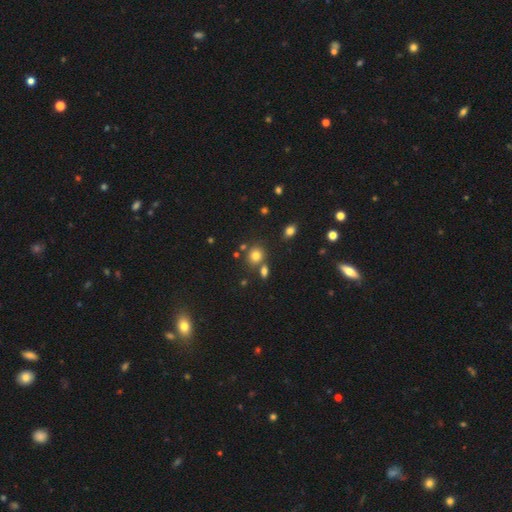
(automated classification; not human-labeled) Smooth or featured? Predicted: smooth (p=0.78). How rounded? Predicted: round (p=0.77). Merging? Predicted: none (p=0.70).